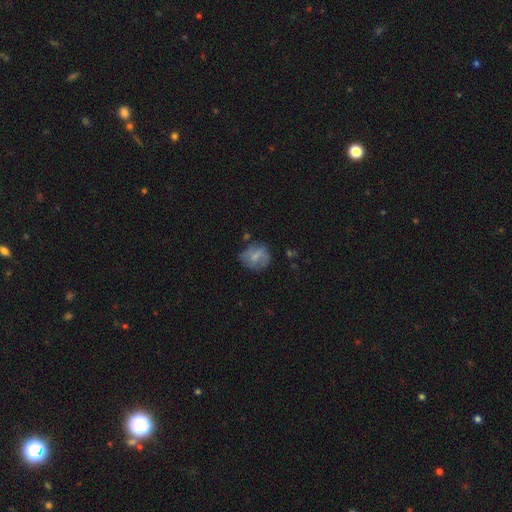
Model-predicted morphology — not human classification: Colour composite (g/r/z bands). It shows a smooth galaxy with no disk features (59%) that is round (68%). Merging: none (56%).